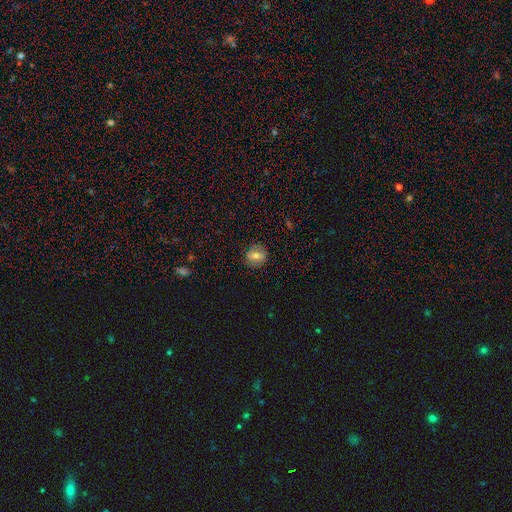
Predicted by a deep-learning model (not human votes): Overall: smooth (62%; featured or disk 27%). How rounded: round (69%). Merging: none (85%).